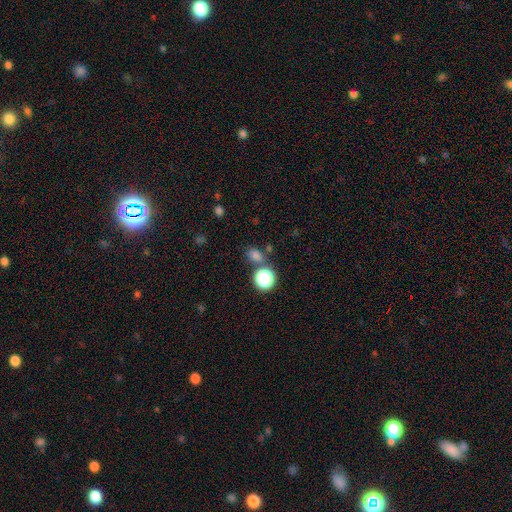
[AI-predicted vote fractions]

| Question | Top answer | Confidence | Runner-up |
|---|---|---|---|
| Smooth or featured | smooth | 73% | star or artifact (22%) |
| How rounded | round | 53% | in between (45%) |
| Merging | none | 71% | merger (14%) |